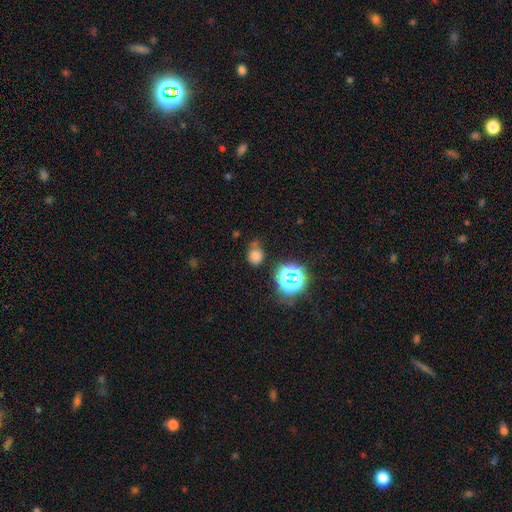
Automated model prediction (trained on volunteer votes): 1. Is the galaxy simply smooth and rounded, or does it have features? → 70% smooth, 23% star or artifact, 7% featured or disk.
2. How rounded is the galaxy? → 67% round, 32% in between, 1% cigar-shaped.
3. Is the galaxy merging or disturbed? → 64% none, 22% minor disturbance, 7% major disturbance, 7% merger.